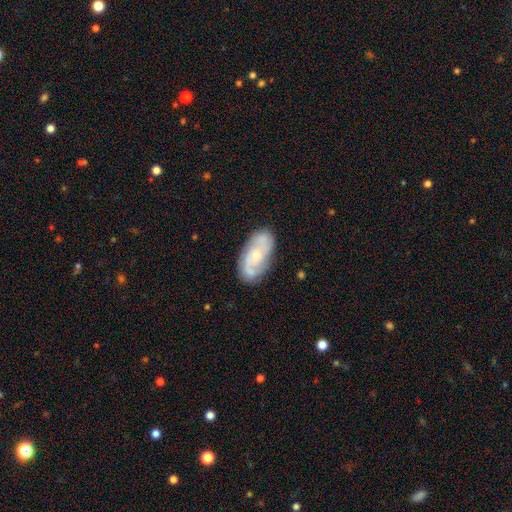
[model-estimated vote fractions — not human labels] Smooth or featured: featured or disk — 71% (smooth — 23%)
Edge-on disk: no — 95% (yes — 5%)
Bar: no — 63% (weak — 32%)
Spiral arms: yes — 91% (no — 9%)
Spiral winding: medium — 46% (tight — 35%)
Spiral arm count: 2 — 70% (can't tell — 15%)
Bulge size: small — 53% (moderate — 36%)
Merging: none — 78% (minor disturbance — 16%)